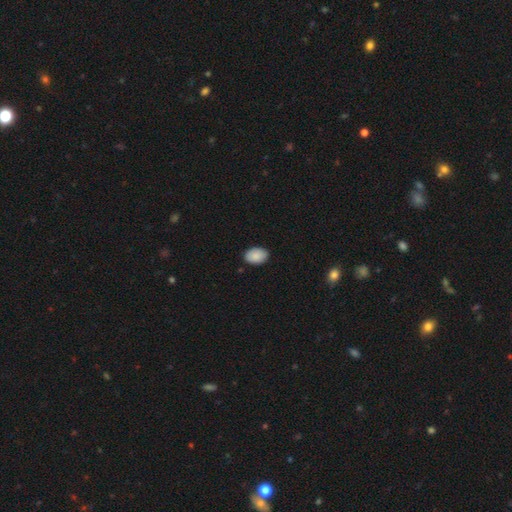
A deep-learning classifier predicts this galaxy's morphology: A smooth galaxy with no disk features (89%) that is in between round and cigar-shaped (85%). Merging: none (87%).